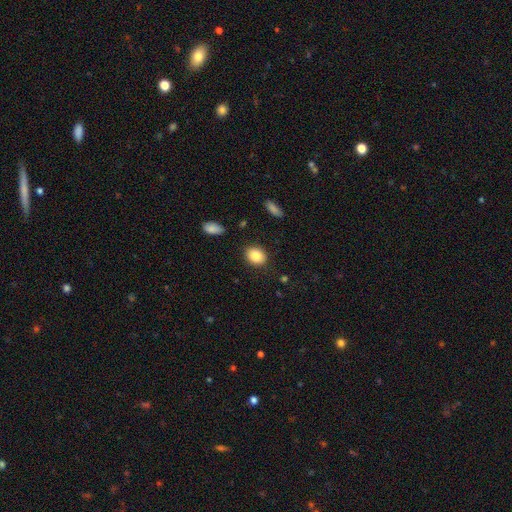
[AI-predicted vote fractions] Q: Smooth or featured?
A: smooth (86%); runner-up: star or artifact (8%)
Q: How rounded?
A: in between (56%); runner-up: round (43%)
Q: Merging?
A: none (86%); runner-up: minor disturbance (10%)